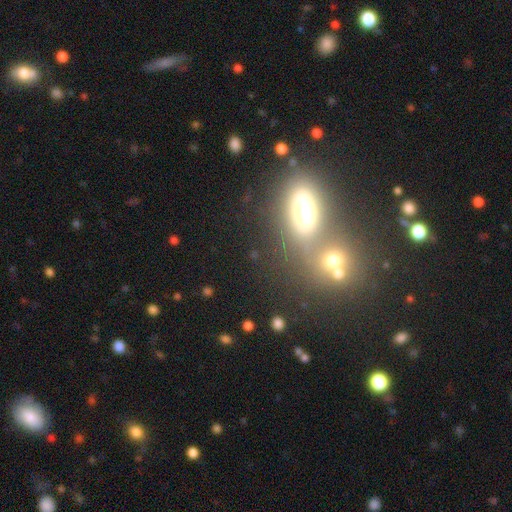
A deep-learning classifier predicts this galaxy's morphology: This is possibly a smooth galaxy (54%). How rounded: likely in between (69%). Merging: marginally none (45%).